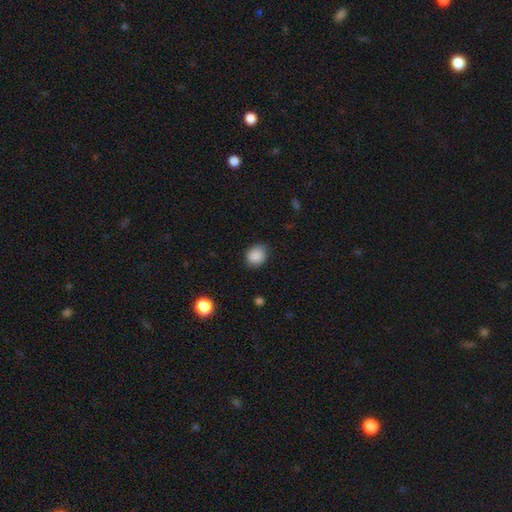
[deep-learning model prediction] This is clearly a smooth galaxy (87%). How rounded: likely round (68%). Merging: likely none (77%).